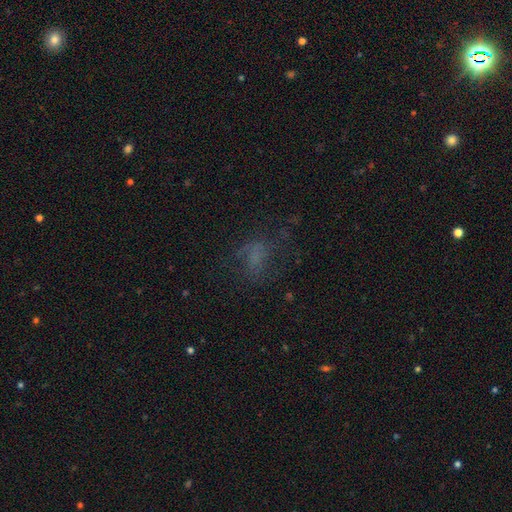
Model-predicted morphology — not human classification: Smooth or featured?
  - smooth: 44% *
  - featured or disk: 30%
  - star or artifact: 26%
Merging?
  - none: 49% *
  - major disturbance: 29%
  - minor disturbance: 19%
  - merger: 2%